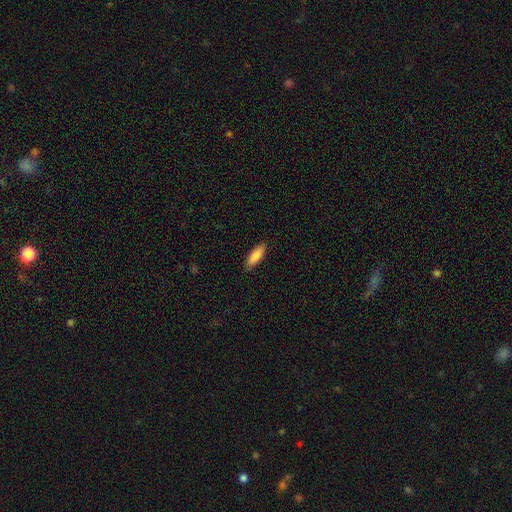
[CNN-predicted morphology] A smooth galaxy with no disk features (84%) that is in between round and cigar-shaped (59%).

Vote fractions:
- Smooth or featured? smooth: 84% / featured or disk: 10% / star or artifact: 6%
- How rounded? in between: 59% / cigar-shaped: 39% / round: 2%
- Merging? none: 87% / minor disturbance: 10% / major disturbance: 2% / merger: 1%